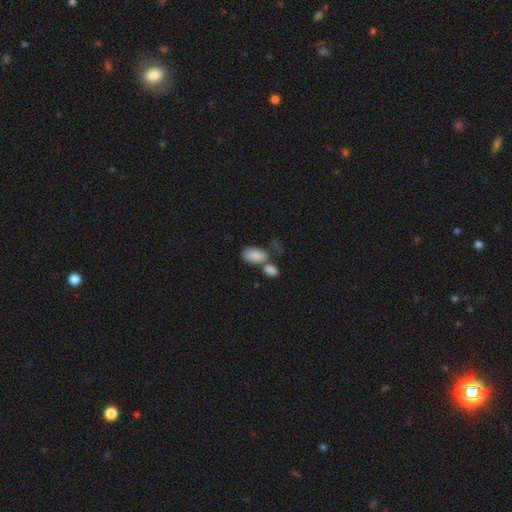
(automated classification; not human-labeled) smooth 85%, featured or disk 8%, star or artifact 7%. Down the decision tree: how rounded — in between (93%); merging — none (43%).